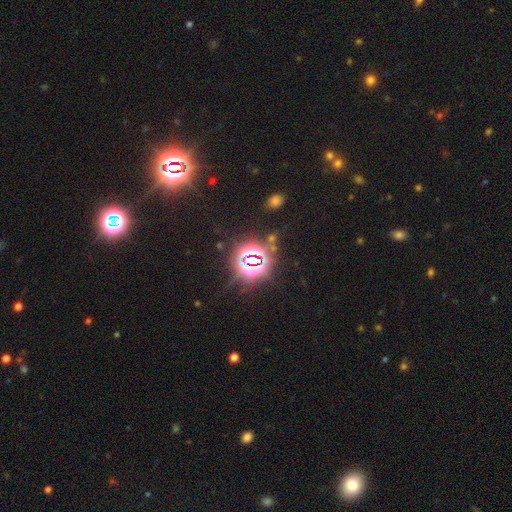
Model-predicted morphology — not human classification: The model was most divided on "smooth or featured": star or artifact: 81%, smooth: 12%, featured or disk: 7%.